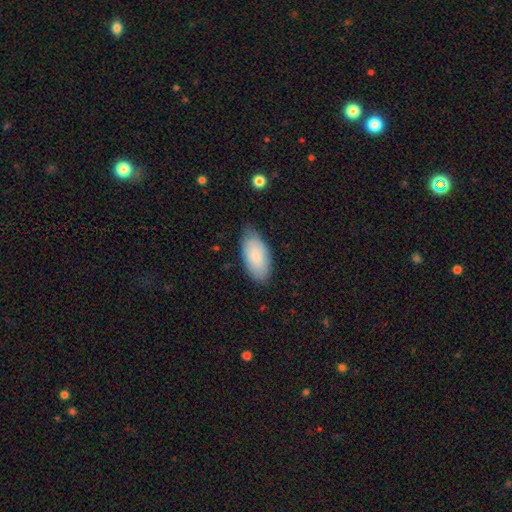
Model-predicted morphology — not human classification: This appears to be a smooth galaxy with no disk features (86%) that is in between round and cigar-shaped (94%). Merging: none (73%).